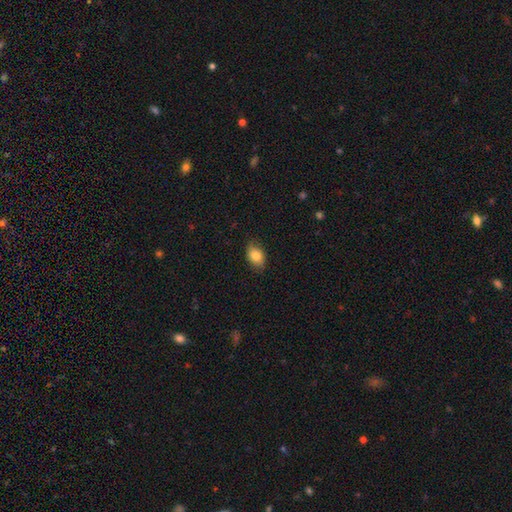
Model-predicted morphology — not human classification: smooth-or-featured: smooth: 83% | featured or disk: 9% | star or artifact: 8%
  how-rounded: in between: 84% | round: 15% | cigar-shaped: 1%
  merging: none: 81% | minor disturbance: 15% | major disturbance: 3% | merger: 1%